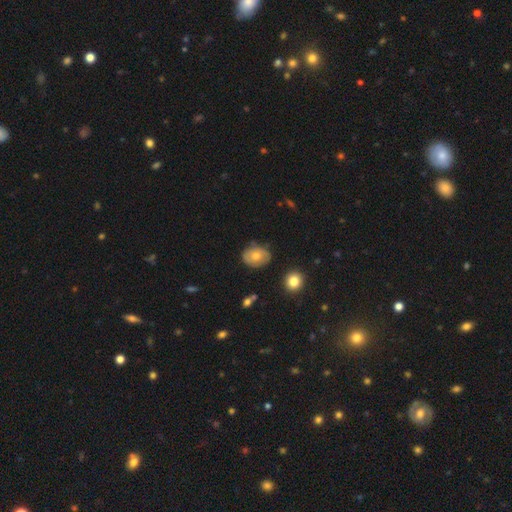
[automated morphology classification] Overall: smooth (60%; featured or disk 32%). How rounded: in between (58%; round 41%). Merging: none (76%).